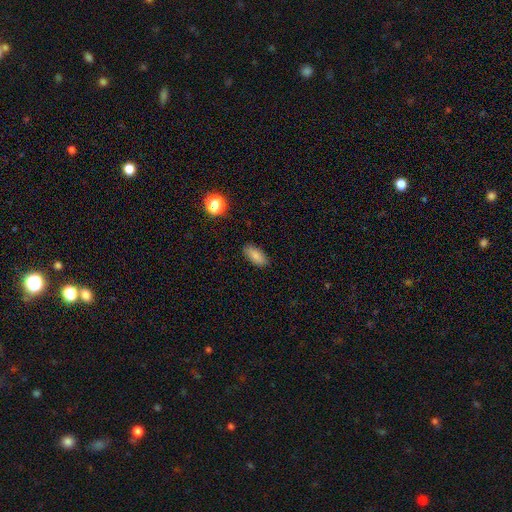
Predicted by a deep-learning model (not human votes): Smooth or featured? smooth (84%)
How rounded? in between (86%)
Merging? none (87%)